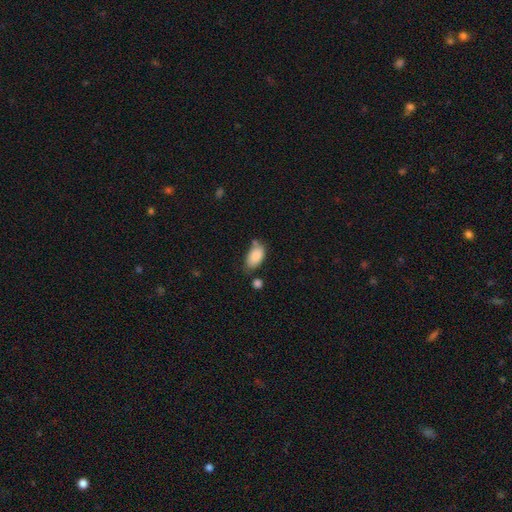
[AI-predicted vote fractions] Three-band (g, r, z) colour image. It shows a smooth galaxy with no disk features (85%) that is in between round and cigar-shaped (94%). Merging: none (56%).